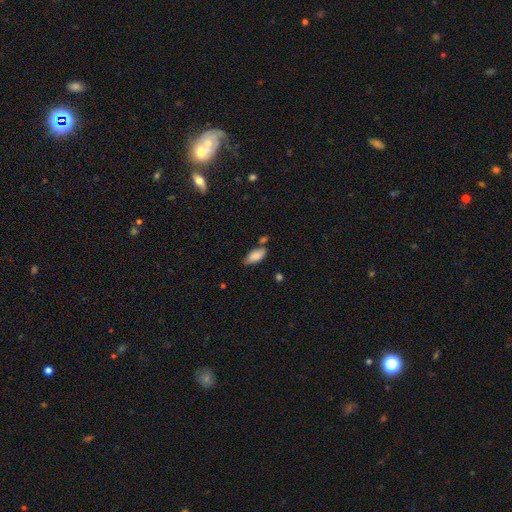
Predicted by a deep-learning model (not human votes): Smooth or featured? Predicted: smooth (p=0.84). How rounded? Predicted: in between (p=0.86). Merging? Predicted: none (p=0.62).